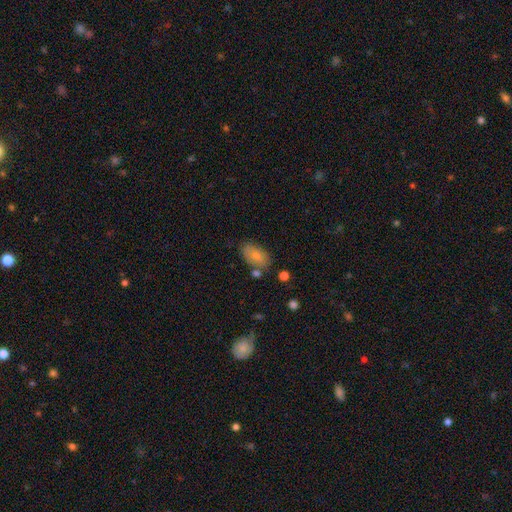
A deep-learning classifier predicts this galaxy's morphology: smooth 76%, featured or disk 17%, star or artifact 7%. Down the decision tree: how rounded — in between (92%); merging — none (70%).